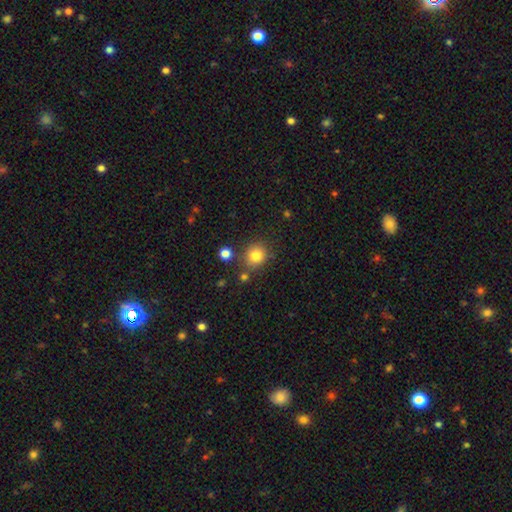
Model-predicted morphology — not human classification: type=smooth (81%); roundness=round (86%); merging=none (78%).